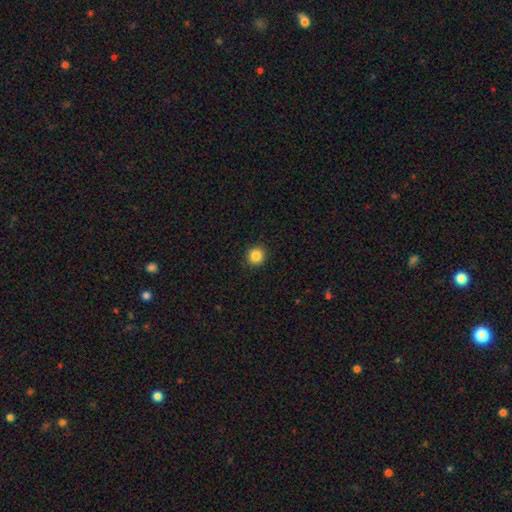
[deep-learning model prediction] Smooth or featured? Predicted: smooth (p=0.86). How rounded? Predicted: round (p=0.94). Merging? Predicted: none (p=0.93).